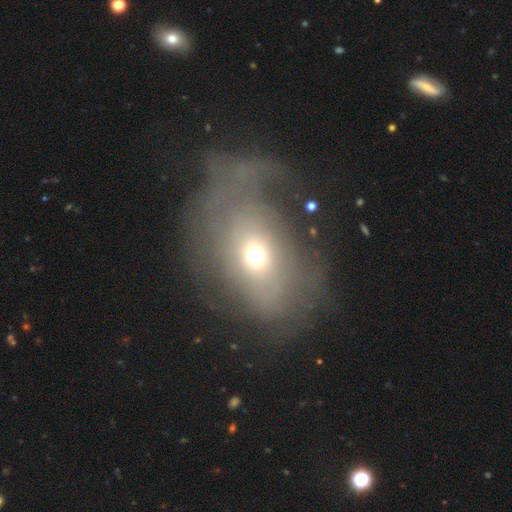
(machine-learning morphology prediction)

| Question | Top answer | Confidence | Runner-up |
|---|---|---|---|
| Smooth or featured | smooth | 49% | featured or disk (37%) |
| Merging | major disturbance | 51% | none (24%) |